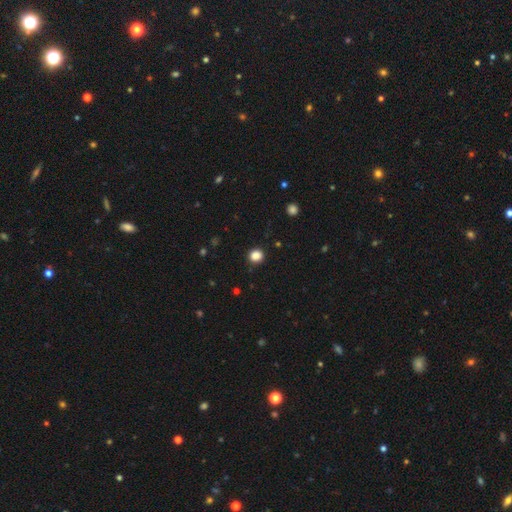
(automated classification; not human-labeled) Q: Smooth or featured?
A: smooth (86%); runner-up: star or artifact (12%)
Q: How rounded?
A: round (82%); runner-up: in between (17%)
Q: Merging?
A: none (89%); runner-up: minor disturbance (7%)